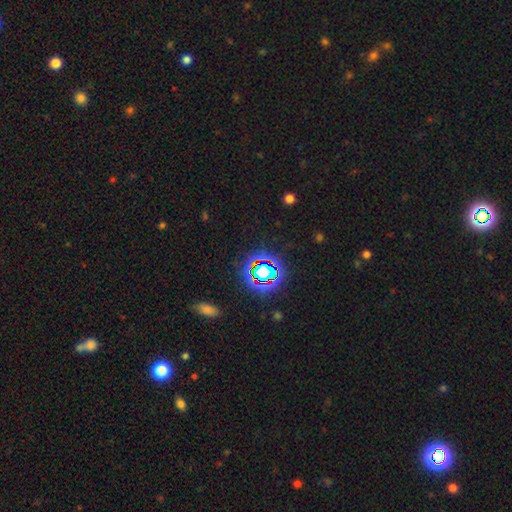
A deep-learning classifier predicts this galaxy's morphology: Overall: star or artifact (74%).